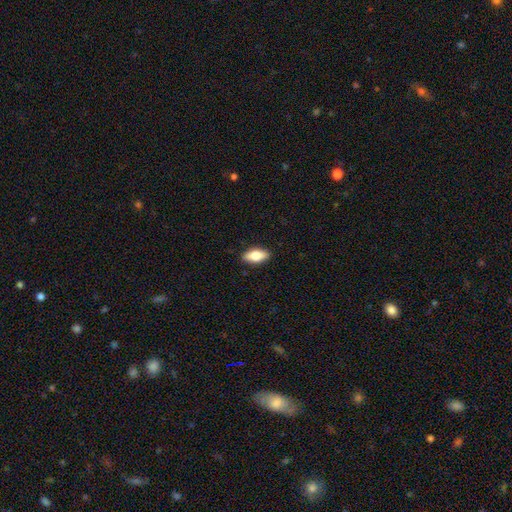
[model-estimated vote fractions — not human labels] Smooth or featured? Predicted: smooth (p=0.74). How rounded? Predicted: in between (p=0.86). Merging? Predicted: none (p=0.89).